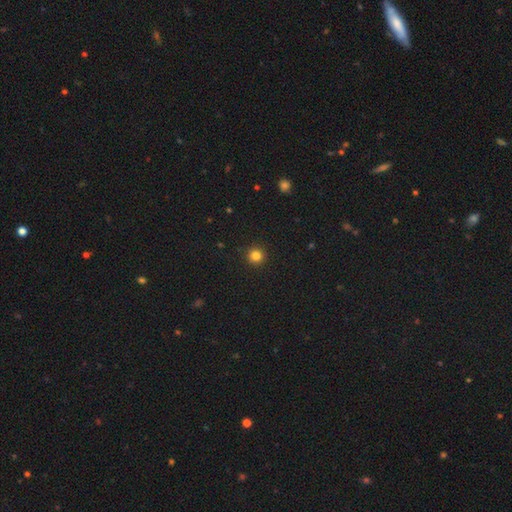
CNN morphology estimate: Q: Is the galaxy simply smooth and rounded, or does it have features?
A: smooth — 83%.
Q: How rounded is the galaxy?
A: round — 95%.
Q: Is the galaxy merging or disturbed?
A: none — 93%.